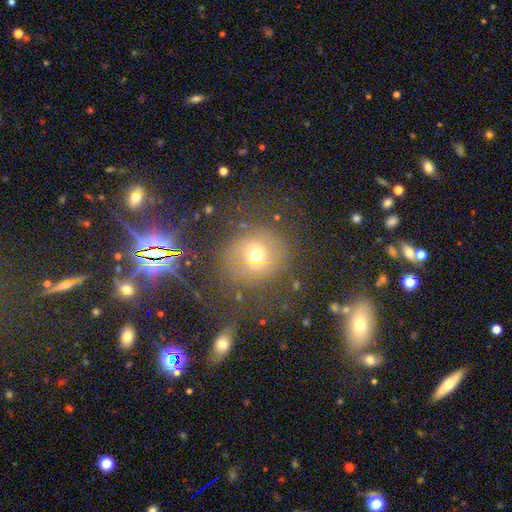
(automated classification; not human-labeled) A smooth galaxy with no disk features (58%) that is round (84%). Merging: none (71%).